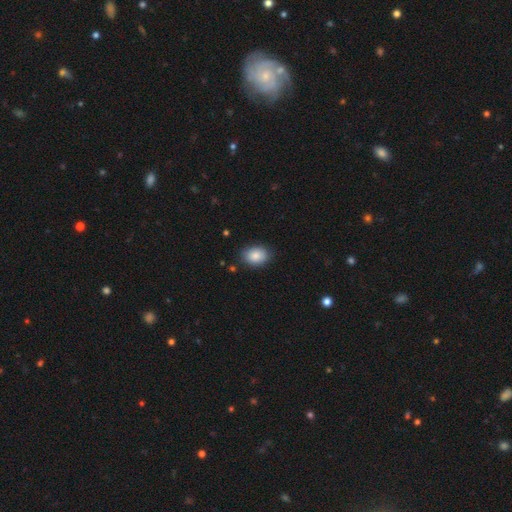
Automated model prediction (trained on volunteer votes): This appears to be a smooth galaxy with no disk features (87%) that is in between round and cigar-shaped (68%). Merging: none (84%).